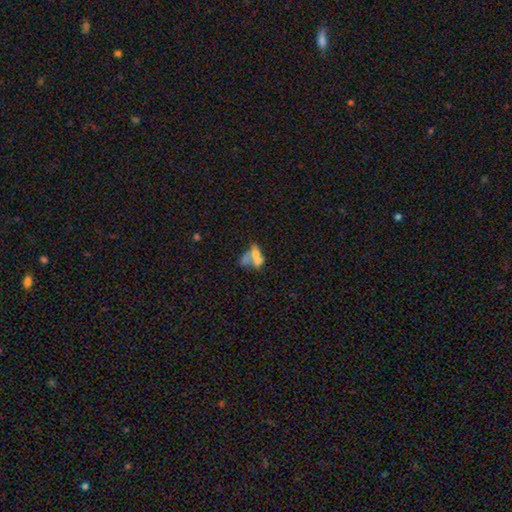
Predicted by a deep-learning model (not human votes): Smooth or featured?
  - smooth: 50% *
  - featured or disk: 37%
  - star or artifact: 13%
How rounded?
  - in between: 75% *
  - round: 15%
  - cigar-shaped: 11%
Merging?
  - merger: 62% *
  - none: 17%
  - major disturbance: 13%
  - minor disturbance: 8%